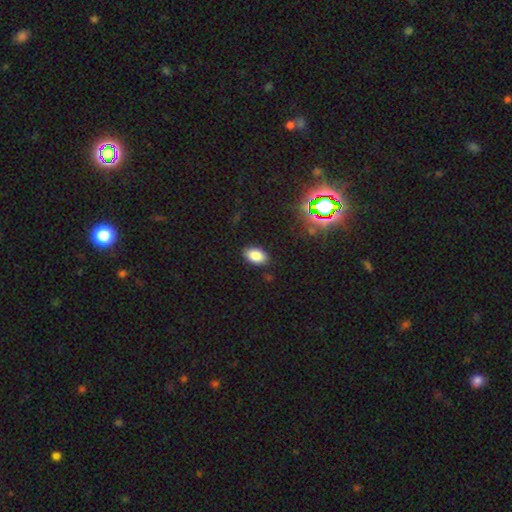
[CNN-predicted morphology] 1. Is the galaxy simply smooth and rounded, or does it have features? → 84% smooth, 11% star or artifact, 6% featured or disk.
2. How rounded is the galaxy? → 92% in between, 7% round, 1% cigar-shaped.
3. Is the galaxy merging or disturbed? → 87% none, 9% minor disturbance, 2% major disturbance, 1% merger.